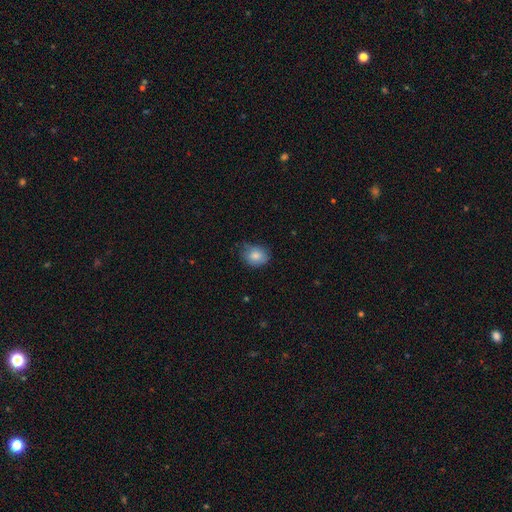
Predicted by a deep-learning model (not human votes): A smooth galaxy with no disk features (83%) that is round (51%). Merging: none (64%).